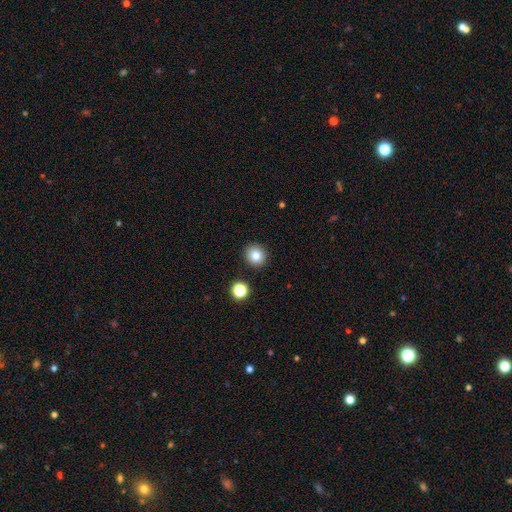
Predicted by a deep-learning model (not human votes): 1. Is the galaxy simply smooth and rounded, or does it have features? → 81% smooth, 12% star or artifact, 7% featured or disk.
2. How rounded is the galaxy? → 89% round, 11% in between, 1% cigar-shaped.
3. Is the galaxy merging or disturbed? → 90% none, 6% minor disturbance, 2% merger, 2% major disturbance.